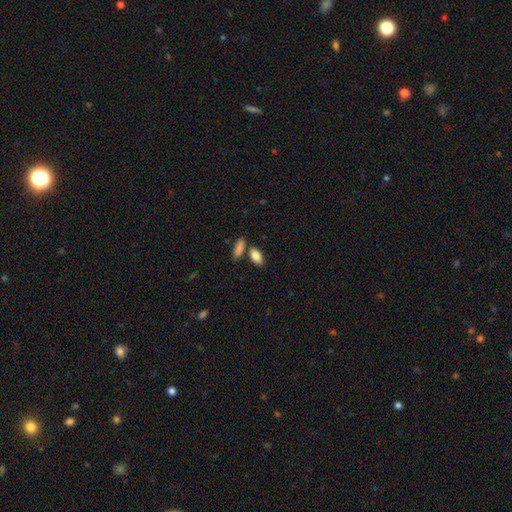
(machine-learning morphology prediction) Smooth or featured?
  - smooth: 85% *
  - featured or disk: 8%
  - star or artifact: 7%
How rounded?
  - in between: 88% *
  - cigar-shaped: 8%
  - round: 3%
Merging?
  - none: 68% *
  - merger: 18%
  - minor disturbance: 11%
  - major disturbance: 3%